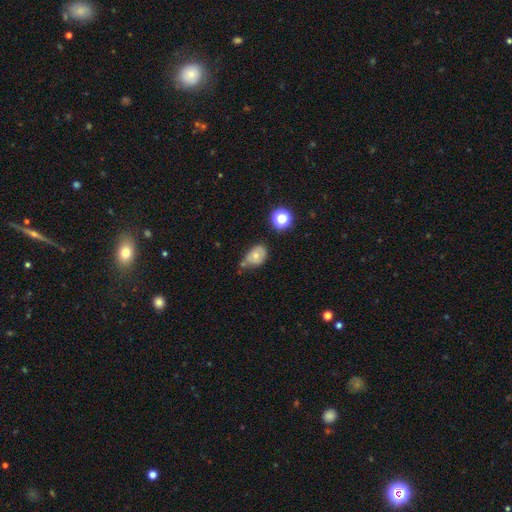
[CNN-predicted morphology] smooth_or_featured: smooth (p=0.63) [alt: featured or disk p=0.25]
how_rounded: in between (p=0.66) [alt: round p=0.33]
merging: none (p=0.44) [alt: minor disturbance p=0.33]